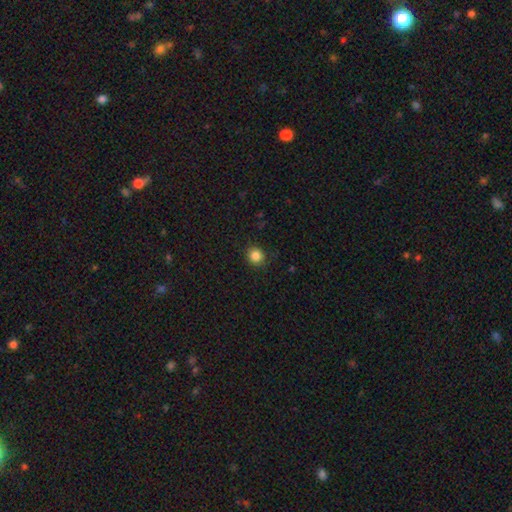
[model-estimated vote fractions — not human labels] Overall: smooth (85%). How rounded: round (90%). Merging: none (89%).